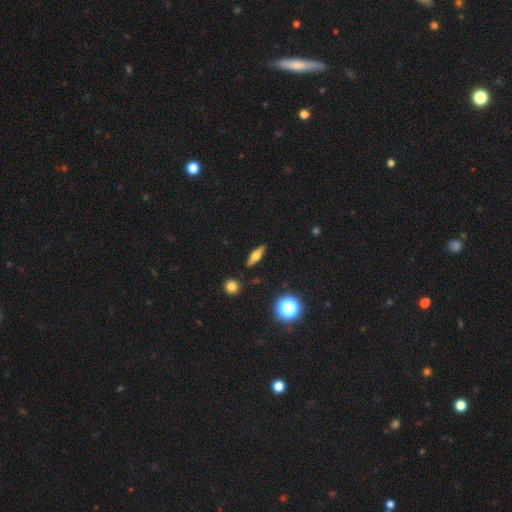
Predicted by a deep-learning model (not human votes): Smooth or featured?
  - smooth: 50% *
  - featured or disk: 40%
  - star or artifact: 10%
How rounded?
  - cigar-shaped: 49% *
  - in between: 43%
  - round: 8%
Merging?
  - none: 89% *
  - minor disturbance: 8%
  - major disturbance: 2%
  - merger: 2%